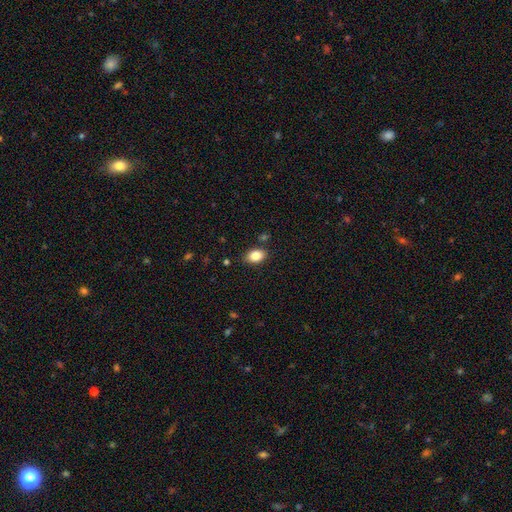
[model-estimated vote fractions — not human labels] Smooth or featured?
  - smooth: 85% *
  - star or artifact: 8%
  - featured or disk: 7%
How rounded?
  - in between: 86% *
  - round: 12%
  - cigar-shaped: 1%
Merging?
  - none: 85% *
  - minor disturbance: 11%
  - merger: 2%
  - major disturbance: 2%